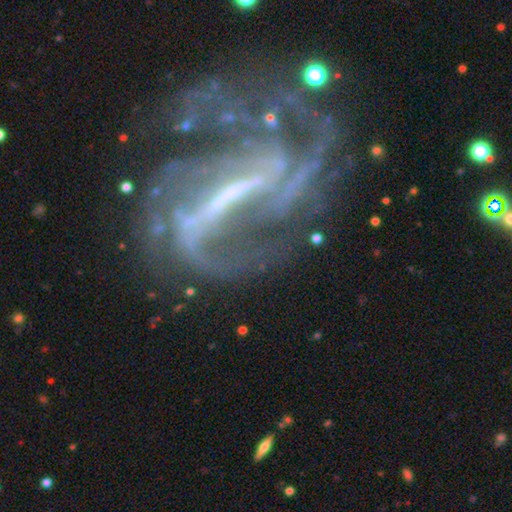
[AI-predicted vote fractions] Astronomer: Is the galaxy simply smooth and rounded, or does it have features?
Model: featured or disk — 89%.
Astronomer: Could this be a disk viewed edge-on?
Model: no — 96%.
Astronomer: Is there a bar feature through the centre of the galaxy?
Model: strong — 74%.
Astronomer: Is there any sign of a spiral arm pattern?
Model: yes — 94%.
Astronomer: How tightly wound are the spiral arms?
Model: medium — 43% (runner-up: loose, 34%).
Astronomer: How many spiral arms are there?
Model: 2 — 43%.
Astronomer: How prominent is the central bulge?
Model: small — 49% (runner-up: none, 33%).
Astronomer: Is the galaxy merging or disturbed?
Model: none — 45% (runner-up: major disturbance, 30%).